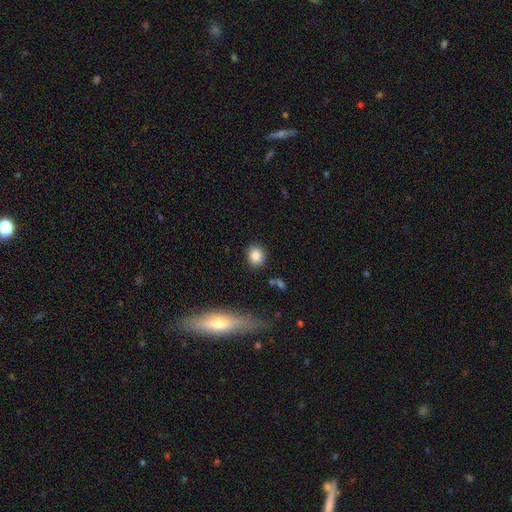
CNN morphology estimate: smooth 85%, star or artifact 9%, featured or disk 6%. Down the decision tree: how rounded — round (67%); merging — none (85%).